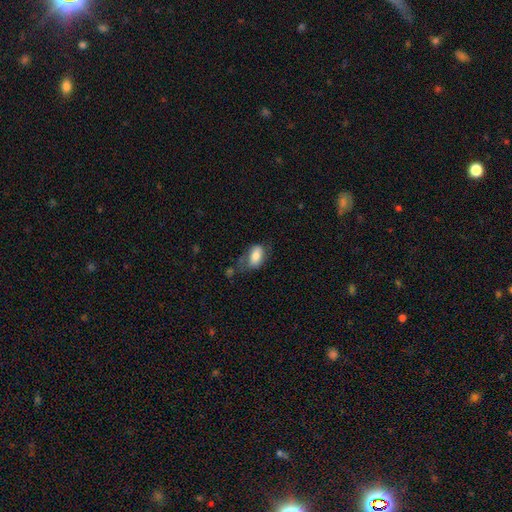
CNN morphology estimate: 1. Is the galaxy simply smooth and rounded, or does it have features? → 76% smooth, 17% featured or disk, 7% star or artifact.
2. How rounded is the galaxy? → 91% in between, 7% round, 2% cigar-shaped.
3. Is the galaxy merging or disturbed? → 42% none, 30% minor disturbance, 20% major disturbance, 8% merger.